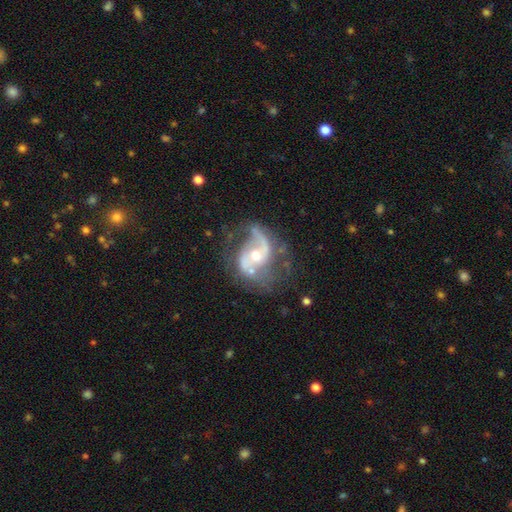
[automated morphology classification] A featured or disk galaxy (87%) with no bar (52%), 2 (81%) medium (47%) spiral arms (94%) and a moderate central bulge (60%). Merging: none (58%).